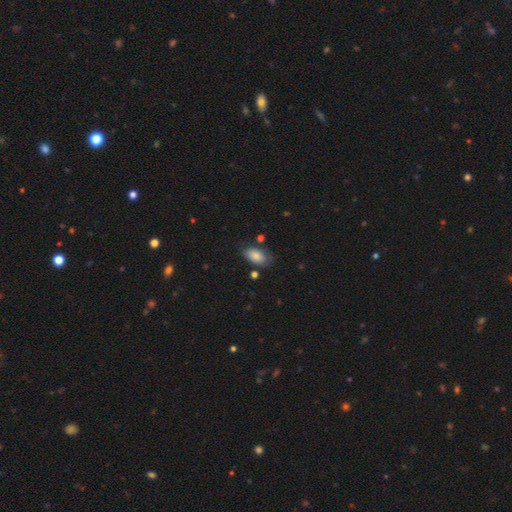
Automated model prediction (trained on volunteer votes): A smooth galaxy with no disk features (84%) that is in between round and cigar-shaped (93%). Merging: none (69%).